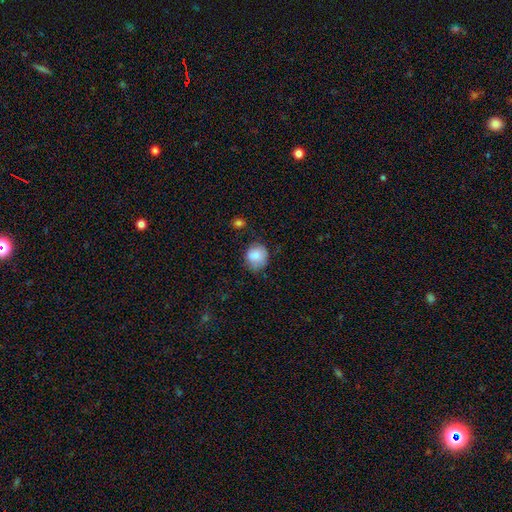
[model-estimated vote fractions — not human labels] A smooth galaxy with no disk features (82%) that is round (72%).

Vote fractions:
- Smooth or featured? smooth: 82% / featured or disk: 10% / star or artifact: 8%
- How rounded? round: 72% / in between: 28% / cigar-shaped: 1%
- Merging? none: 62% / minor disturbance: 28% / major disturbance: 8% / merger: 2%